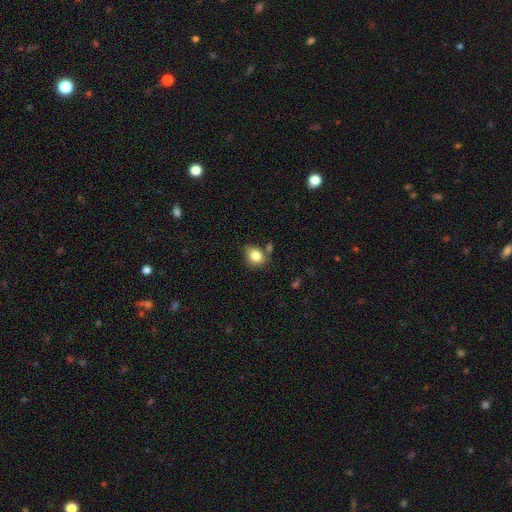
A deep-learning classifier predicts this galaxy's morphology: The model was most divided on "how rounded": in between: 50%, round: 49%, cigar-shaped: 1%. More confident: smooth or featured — smooth (82%); merging — none (61%).